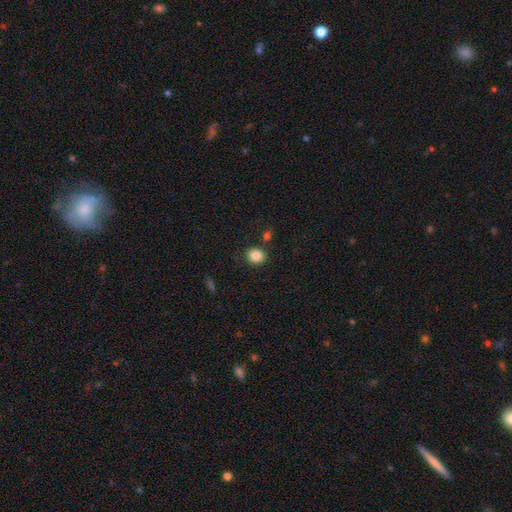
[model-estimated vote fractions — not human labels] The model was most divided on "how rounded": round: 79%, in between: 20%, cigar-shaped: 1%. More confident: smooth or featured — smooth (85%); merging — none (83%).